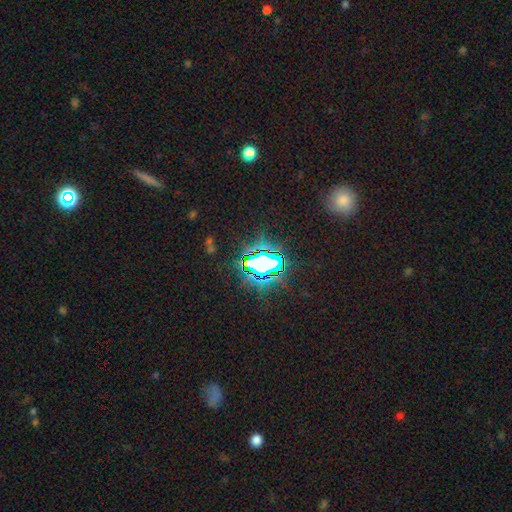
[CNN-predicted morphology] smooth_or_featured: star or artifact (p=0.71) [alt: smooth p=0.18]